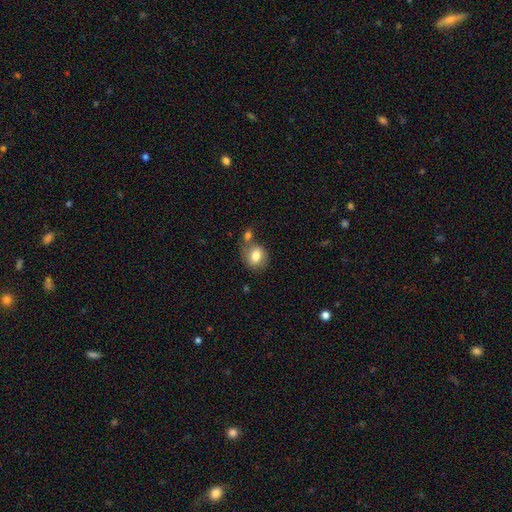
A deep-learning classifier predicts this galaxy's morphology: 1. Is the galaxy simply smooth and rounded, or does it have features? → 78% smooth, 14% featured or disk, 8% star or artifact.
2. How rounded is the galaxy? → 63% round, 36% in between, 1% cigar-shaped.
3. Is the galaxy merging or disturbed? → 53% none, 25% merger, 16% minor disturbance, 6% major disturbance.